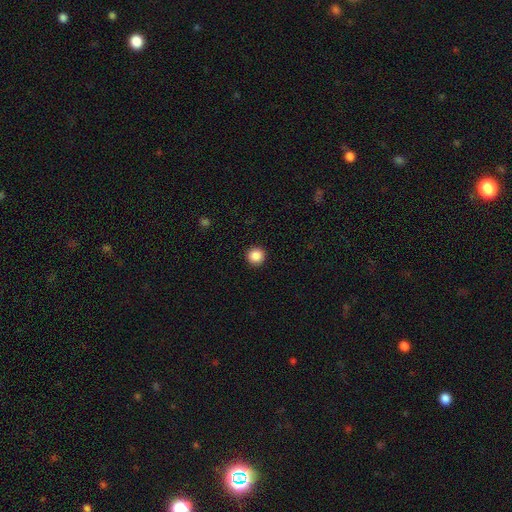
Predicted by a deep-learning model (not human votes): Smooth or featured? Predicted: smooth (p=0.87). How rounded? Predicted: round (p=0.96). Merging? Predicted: none (p=0.94).